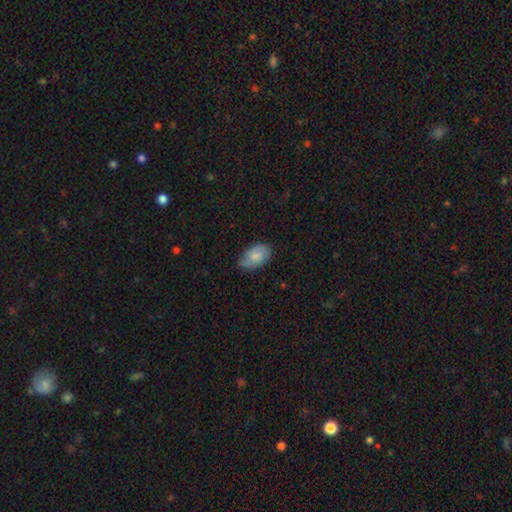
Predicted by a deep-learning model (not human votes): This appears to be a smooth galaxy with no disk features (79%) that is in between round and cigar-shaped (93%). Merging: none (66%).